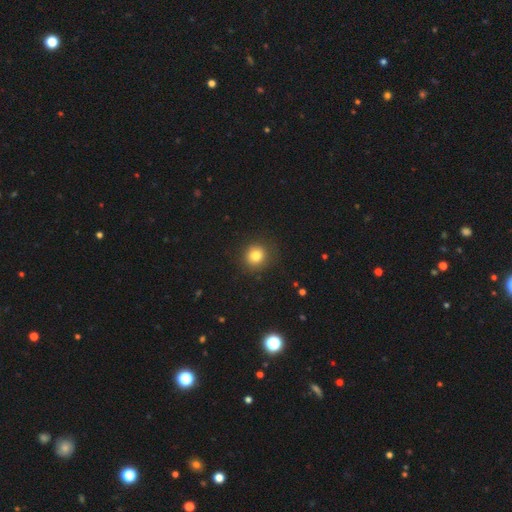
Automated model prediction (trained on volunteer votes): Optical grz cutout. It shows a smooth galaxy with no disk features (81%) that is round (88%). Merging: none (87%).